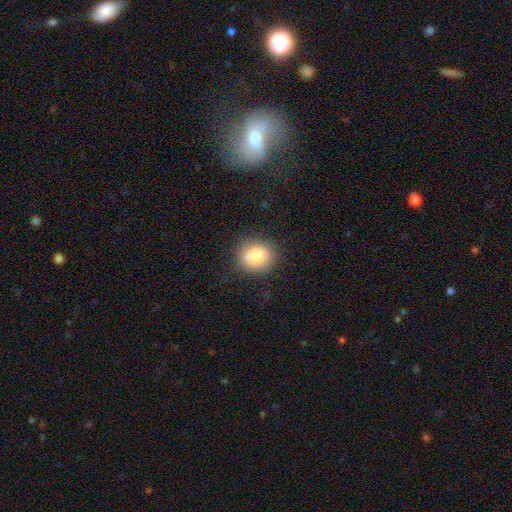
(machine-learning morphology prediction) A smooth galaxy with no disk features (82%) that is round (56%). Merging: none (82%).